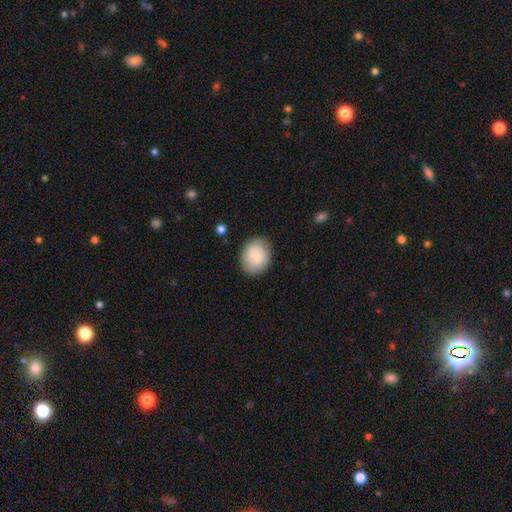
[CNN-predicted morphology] smooth 76%, featured or disk 18%, star or artifact 7%. Down the decision tree: how rounded — round (57%); merging — none (85%).